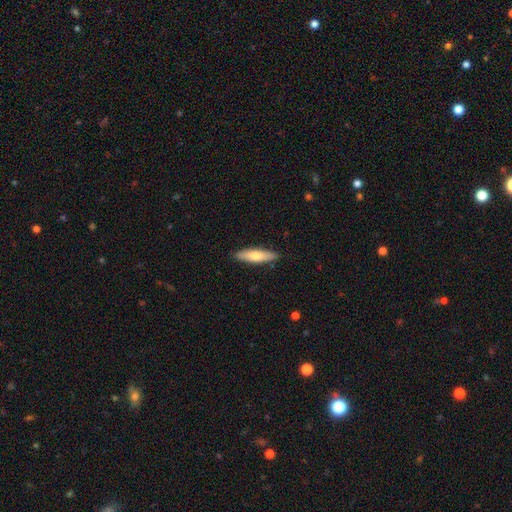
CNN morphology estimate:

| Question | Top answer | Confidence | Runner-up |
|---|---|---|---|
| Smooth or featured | smooth | 69% | featured or disk (25%) |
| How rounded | cigar-shaped | 72% | in between (27%) |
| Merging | none | 88% | minor disturbance (9%) |